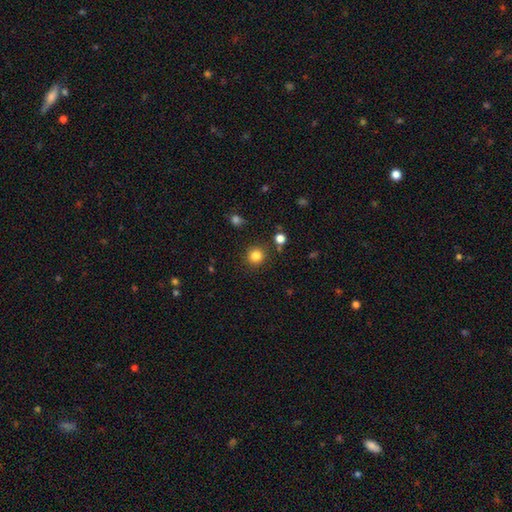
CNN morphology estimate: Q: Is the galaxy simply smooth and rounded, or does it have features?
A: smooth — 83%.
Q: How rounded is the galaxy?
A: round — 93%.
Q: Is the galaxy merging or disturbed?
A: none — 87%.